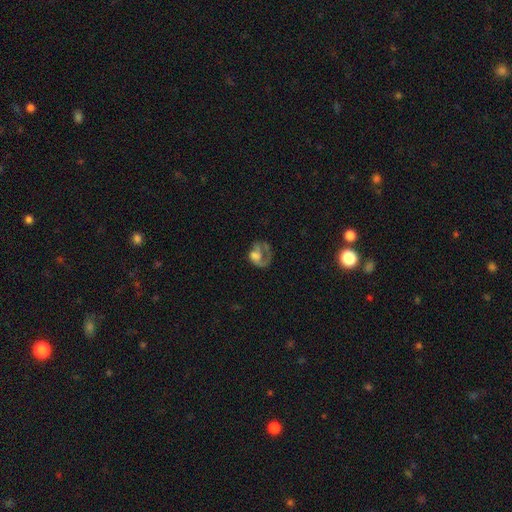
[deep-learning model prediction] Smooth or featured?
  - featured or disk: 56% *
  - smooth: 34%
  - star or artifact: 10%
Edge-on disk?
  - no: 98% *
  - yes: 2%
Bar?
  - no: 80% *
  - weak: 16%
  - strong: 4%
Spiral arms?
  - yes: 54% *
  - no: 46%
Bulge size?
  - none: 32% *
  - moderate: 25%
  - large: 24%
  - small: 14%
  - dominant: 4%
Merging?
  - major disturbance: 49% *
  - none: 29%
  - minor disturbance: 17%
  - merger: 5%